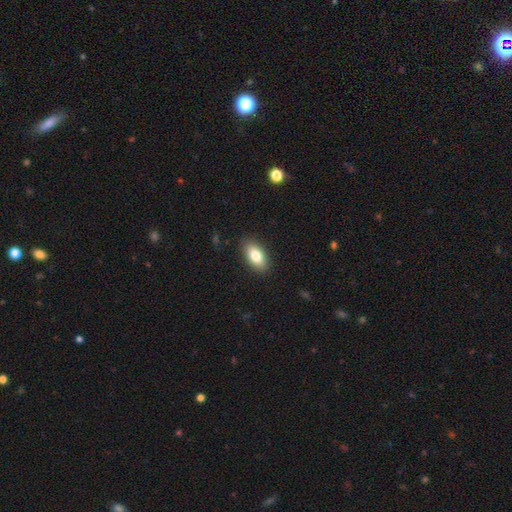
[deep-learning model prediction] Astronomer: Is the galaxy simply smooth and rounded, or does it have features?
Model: smooth — 82%.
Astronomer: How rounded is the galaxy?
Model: in between — 92%.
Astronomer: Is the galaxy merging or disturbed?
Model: none — 88%.